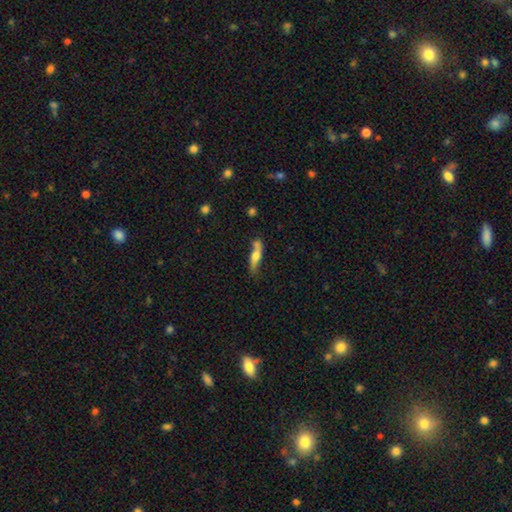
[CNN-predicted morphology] type=smooth (55%); roundness=cigar-shaped (73%); merging=none (59%).